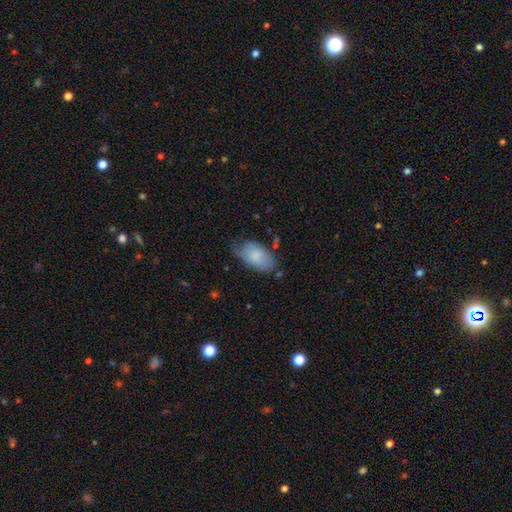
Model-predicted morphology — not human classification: This appears to be a smooth galaxy with no disk features (81%) that is in between round and cigar-shaped (94%). Merging: none (56%).